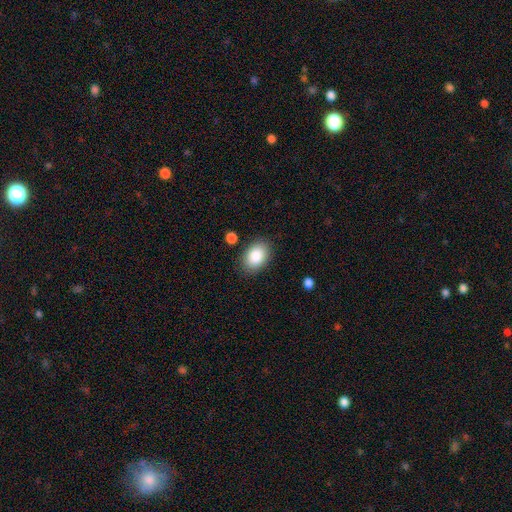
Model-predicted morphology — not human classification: Overall: smooth (87%). How rounded: in between (82%). Merging: none (85%).